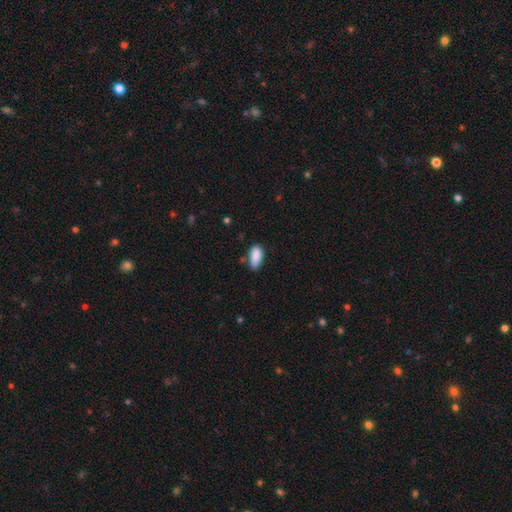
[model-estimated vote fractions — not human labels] This appears to be a smooth galaxy with no disk features (87%) that is in between round and cigar-shaped (87%). Merging: none (58%).